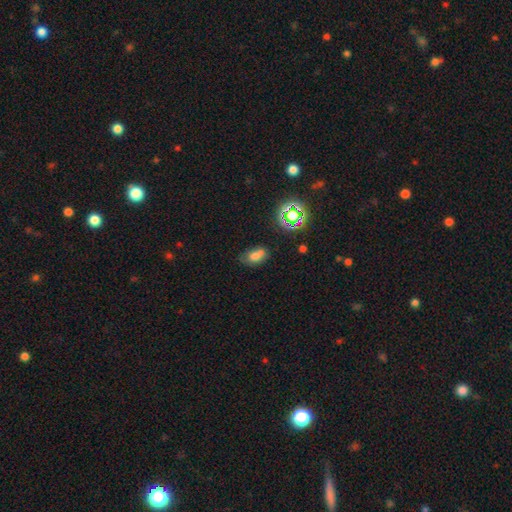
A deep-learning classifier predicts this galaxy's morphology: The model was most divided on "merging": none: 45%, merger: 28%, minor disturbance: 20%, major disturbance: 8%. More confident: how rounded — in between (79%); smooth or featured — smooth (65%).